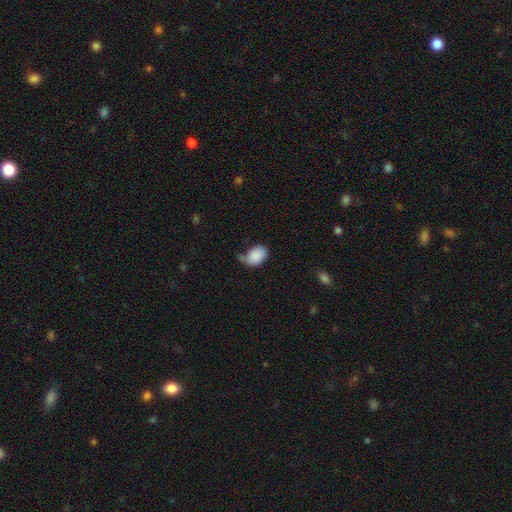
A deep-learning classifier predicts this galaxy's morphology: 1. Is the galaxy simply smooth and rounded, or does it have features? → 88% smooth, 7% star or artifact, 6% featured or disk.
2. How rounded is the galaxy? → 78% in between, 21% round, 1% cigar-shaped.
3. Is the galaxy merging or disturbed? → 46% none, 33% minor disturbance, 13% major disturbance, 7% merger.